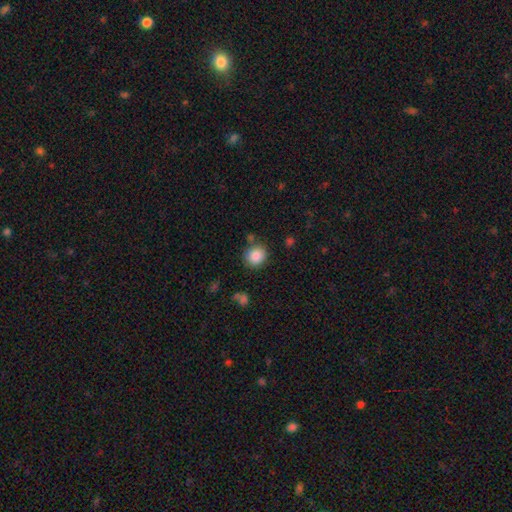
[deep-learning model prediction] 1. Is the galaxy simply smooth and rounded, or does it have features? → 85% smooth, 9% star or artifact, 6% featured or disk.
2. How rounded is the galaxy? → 85% round, 14% in between, 1% cigar-shaped.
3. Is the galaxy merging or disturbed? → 80% none, 11% minor disturbance, 6% merger, 3% major disturbance.